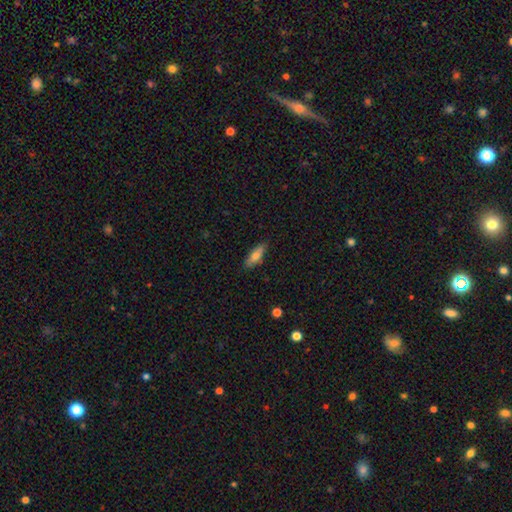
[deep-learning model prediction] Smooth or featured?
  - smooth: 71% *
  - featured or disk: 23%
  - star or artifact: 7%
How rounded?
  - in between: 60% *
  - cigar-shaped: 37%
  - round: 2%
Merging?
  - none: 85% *
  - minor disturbance: 12%
  - major disturbance: 2%
  - merger: 1%